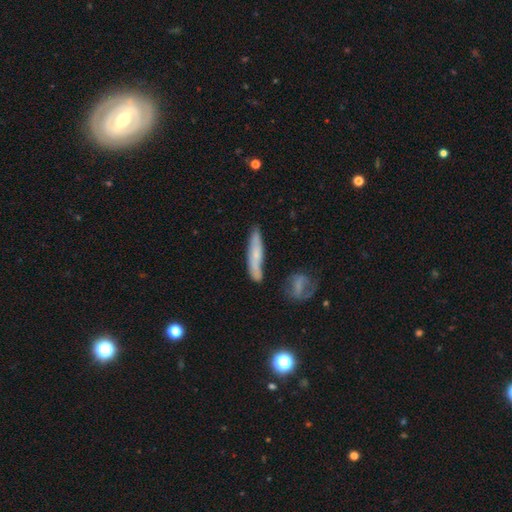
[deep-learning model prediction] The model was most divided on "smooth or featured": smooth: 57%, featured or disk: 35%, star or artifact: 8%. More confident: how rounded — cigar-shaped (86%); merging — none (72%).